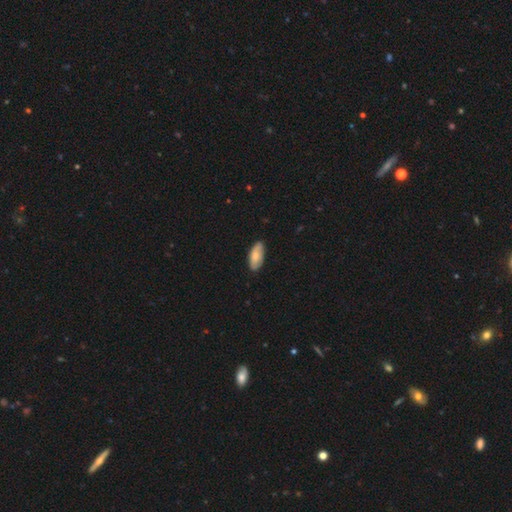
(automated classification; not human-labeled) Morphology: type=smooth (73%); roundness=in between (89%); merging=none (83%).